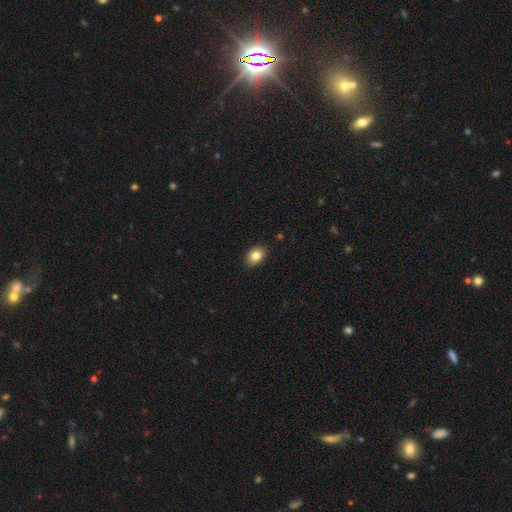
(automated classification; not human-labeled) Overall: smooth (84%). How rounded: in between (72%). Merging: none (89%).